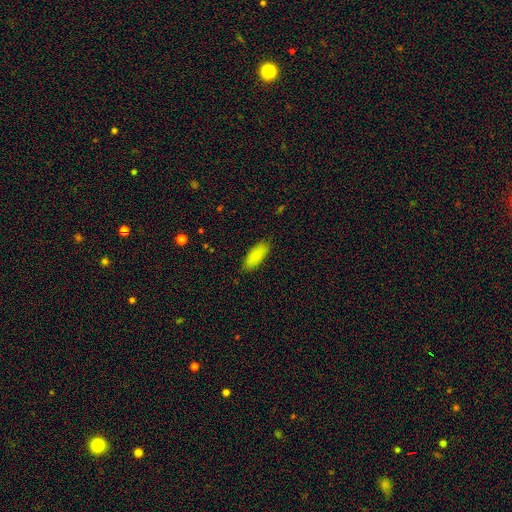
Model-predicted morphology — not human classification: Q: Smooth or featured?
A: smooth (89%); runner-up: star or artifact (6%)
Q: How rounded?
A: in between (78%); runner-up: cigar-shaped (20%)
Q: Merging?
A: none (87%); runner-up: minor disturbance (10%)